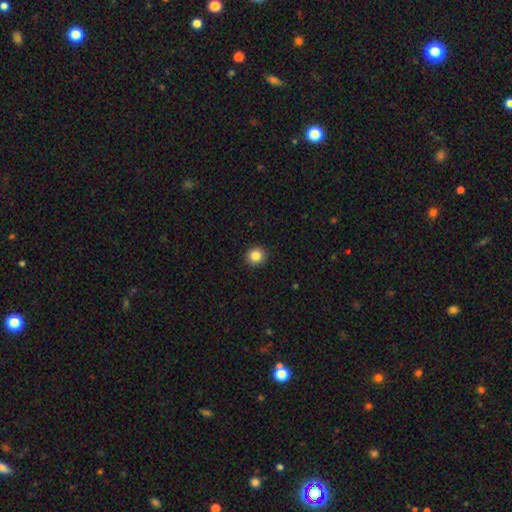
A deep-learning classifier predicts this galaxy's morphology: A smooth galaxy with no disk features (85%) that is round (88%).

Vote fractions:
- Smooth or featured? smooth: 85% / star or artifact: 10% / featured or disk: 5%
- How rounded? round: 88% / in between: 11% / cigar-shaped: 1%
- Merging? none: 92% / minor disturbance: 5% / major disturbance: 2% / merger: 1%